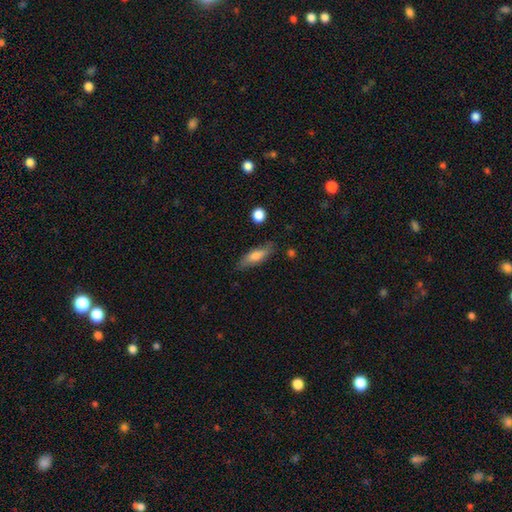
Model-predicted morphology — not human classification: smooth 64%, featured or disk 29%, star or artifact 7%. Down the decision tree: how rounded — cigar-shaped (53%); merging — none (79%).